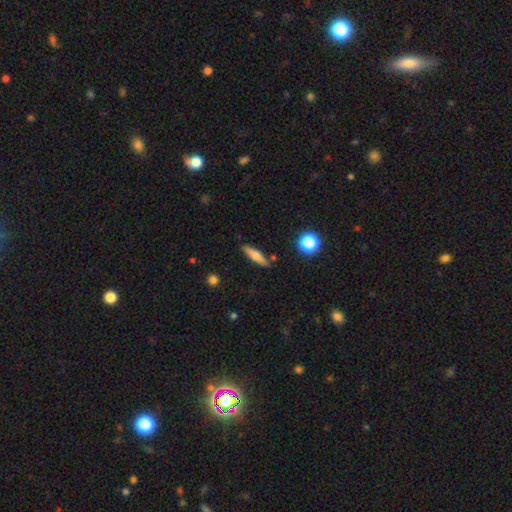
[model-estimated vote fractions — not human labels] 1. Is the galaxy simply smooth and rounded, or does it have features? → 59% smooth, 33% featured or disk, 8% star or artifact.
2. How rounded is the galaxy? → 77% cigar-shaped, 20% in between, 3% round.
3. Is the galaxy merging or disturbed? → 86% none, 9% minor disturbance, 3% merger, 2% major disturbance.